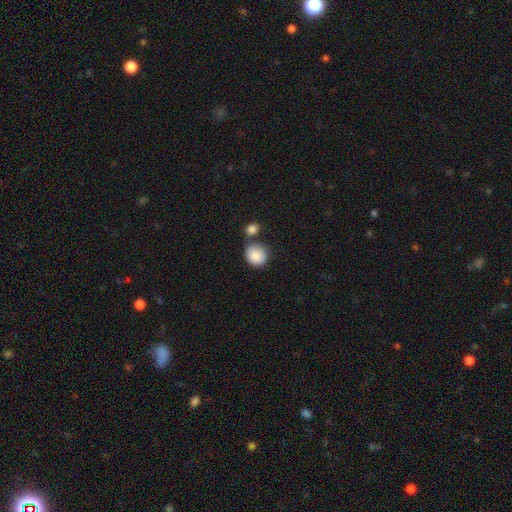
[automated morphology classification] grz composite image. It shows a smooth galaxy with no disk features (89%) that is round (79%). Merging: none (63%).